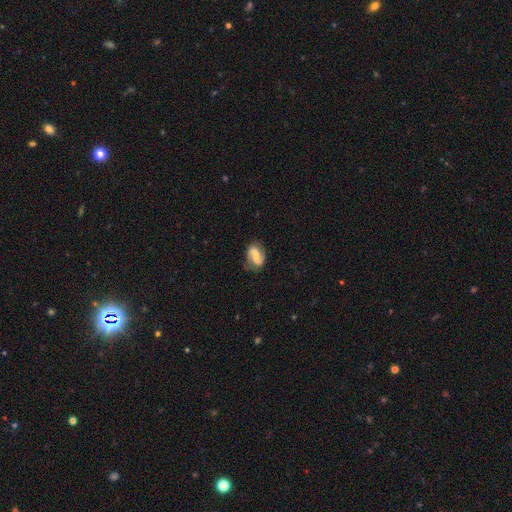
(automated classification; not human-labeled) smooth_or_featured: featured or disk (p=0.62) [alt: smooth p=0.30]
disk_edge_on: no (p=0.97) [alt: yes p=0.03]
bar: weak (p=0.39) [alt: strong p=0.33]
has_spiral_arms: yes (p=0.90) [alt: no p=0.10]
spiral_winding: loose (p=0.41) [alt: medium p=0.38]
spiral_arm_count: 2 (p=0.87) [alt: can't tell p=0.06]
bulge_size: small (p=0.36) [alt: none p=0.27]
merging: none (p=0.70) [alt: minor disturbance p=0.20]